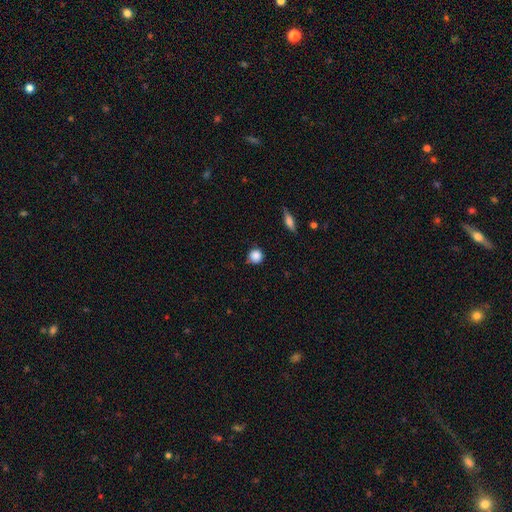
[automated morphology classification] Smooth or featured? smooth (86%)
How rounded? round (92%)
Merging? none (78%)